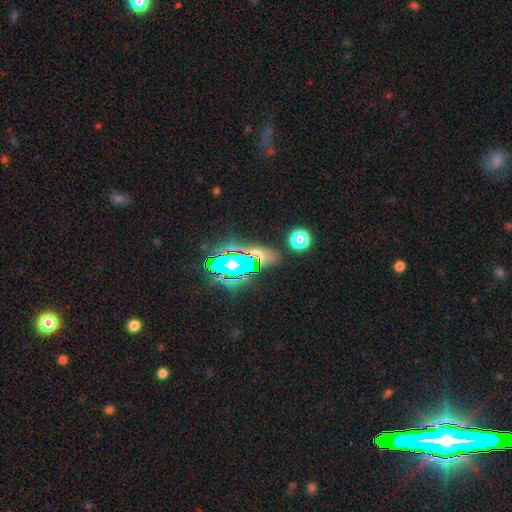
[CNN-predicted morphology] Smooth or featured? star or artifact (49%)